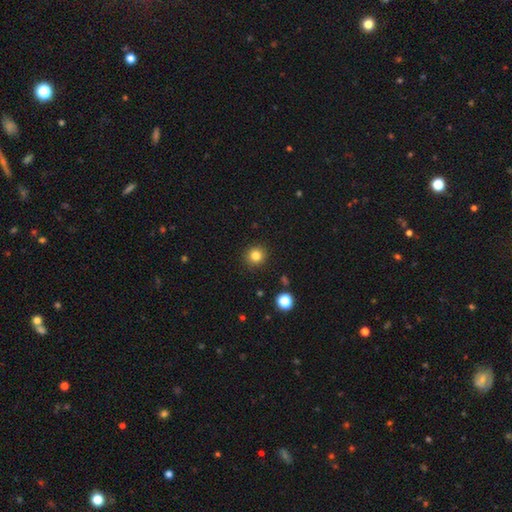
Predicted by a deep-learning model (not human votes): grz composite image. It shows a smooth galaxy with no disk features (83%) that is round (93%). Merging: none (90%).